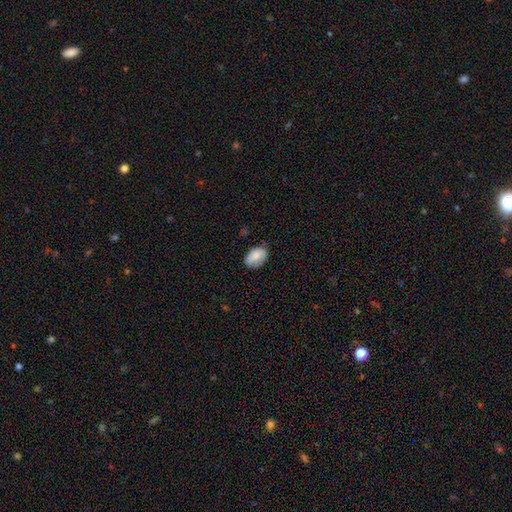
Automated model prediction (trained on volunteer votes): This appears to be a smooth galaxy with no disk features (78%) that is in between round and cigar-shaped (86%). Merging: none (68%).